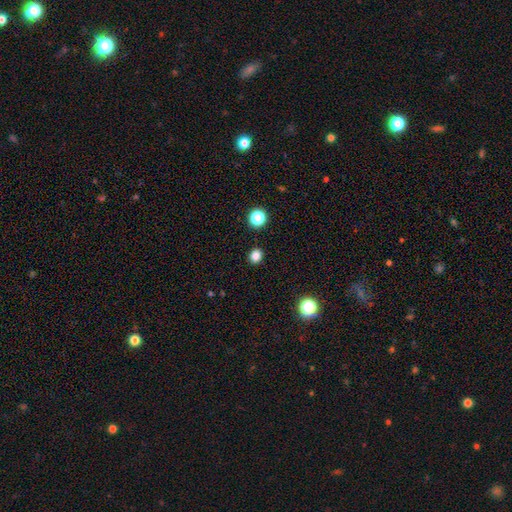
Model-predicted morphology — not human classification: Overall: smooth (82%). How rounded: round (69%; in between 30%). Merging: none (90%).